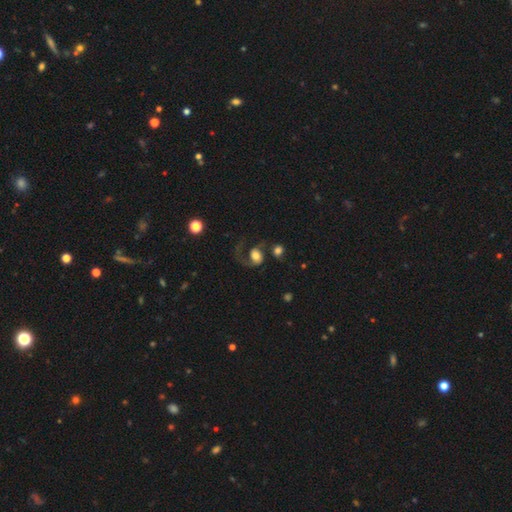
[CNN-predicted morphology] Smooth or featured? Predicted: featured or disk (p=0.54). Edge-on disk? Predicted: no (p=0.97). Bar? Predicted: no (p=0.66). Spiral arms? Predicted: yes (p=0.81). Bulge size? Predicted: moderate (p=0.46). Merging? Predicted: major disturbance (p=0.40).